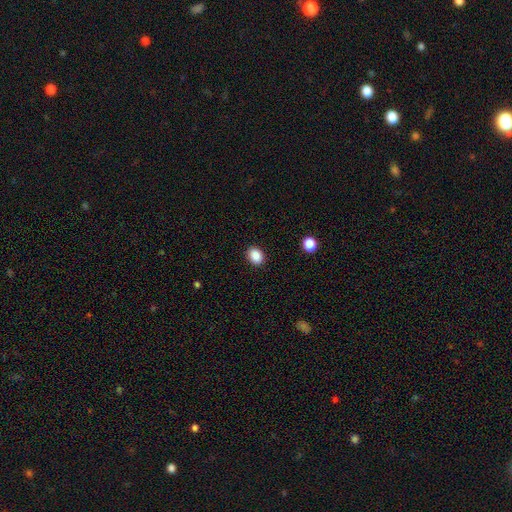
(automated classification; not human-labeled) The model was most divided on "how rounded": in between: 56%, round: 43%, cigar-shaped: 1%. More confident: merging — none (91%); smooth or featured — smooth (88%).